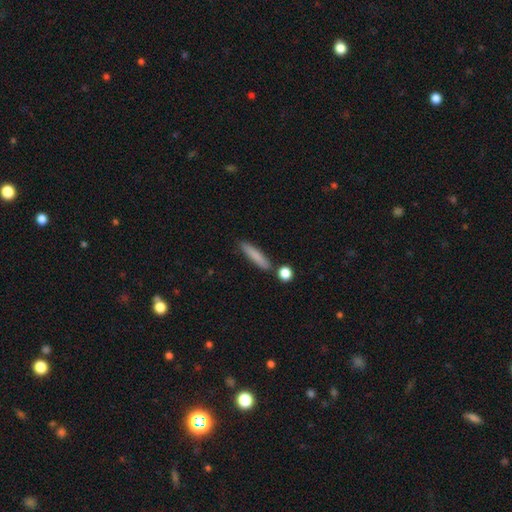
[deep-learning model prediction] Overall: smooth (80%). How rounded: cigar-shaped (86%). Merging: none (81%).